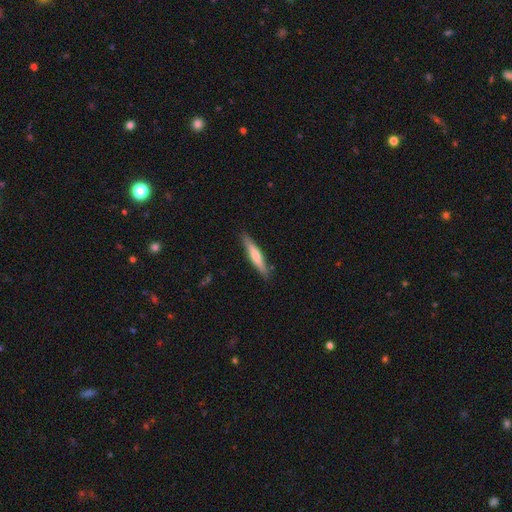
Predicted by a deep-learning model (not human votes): Smooth or featured? smooth (62%)
How rounded? cigar-shaped (90%)
Merging? none (87%)